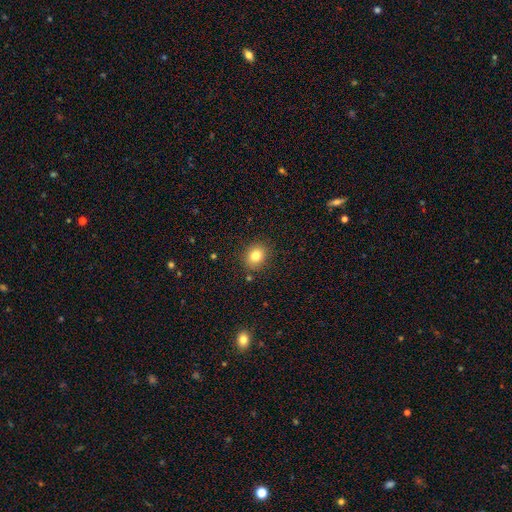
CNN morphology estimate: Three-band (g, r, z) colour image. It shows a smooth galaxy with no disk features (81%) that is round (57%). Merging: none (86%).